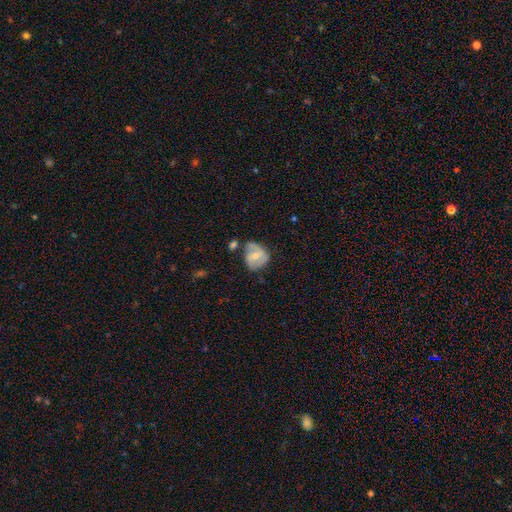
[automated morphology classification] Smooth or featured? Predicted: featured or disk (p=0.50). Merging? Predicted: none (p=0.42).